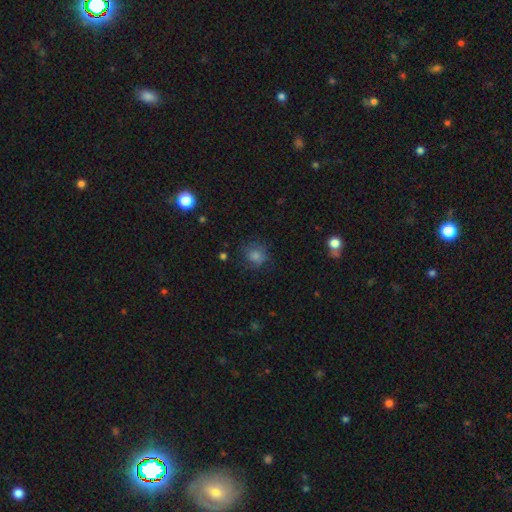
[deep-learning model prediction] This appears to be a smooth galaxy with no disk features (71%) that is round (80%). Merging: none (74%).